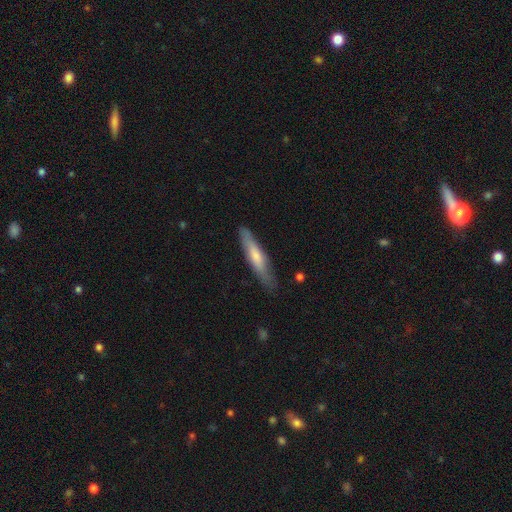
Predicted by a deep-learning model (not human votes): A smooth galaxy with no disk features (60%) that is cigar-shaped (87%).

Vote fractions:
- Smooth or featured? smooth: 60% / featured or disk: 34% / star or artifact: 5%
- How rounded? cigar-shaped: 87% / in between: 12% / round: 1%
- Merging? none: 82% / minor disturbance: 14% / major disturbance: 3% / merger: 1%